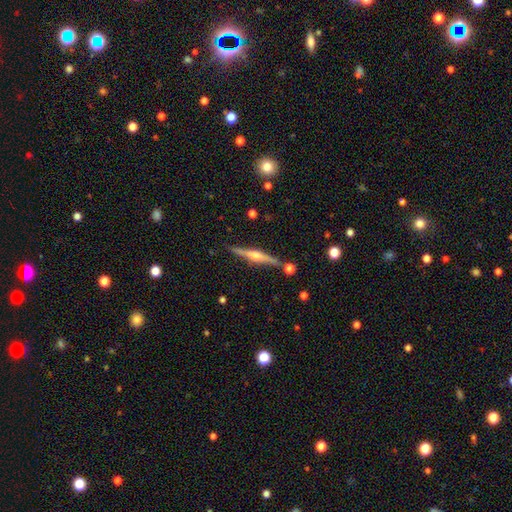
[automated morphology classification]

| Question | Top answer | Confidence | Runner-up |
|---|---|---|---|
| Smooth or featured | featured or disk | 78% | smooth (16%) |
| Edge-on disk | yes | 98% | no (2%) |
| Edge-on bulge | rounded | 90% | boxy (7%) |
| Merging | none | 86% | minor disturbance (9%) |